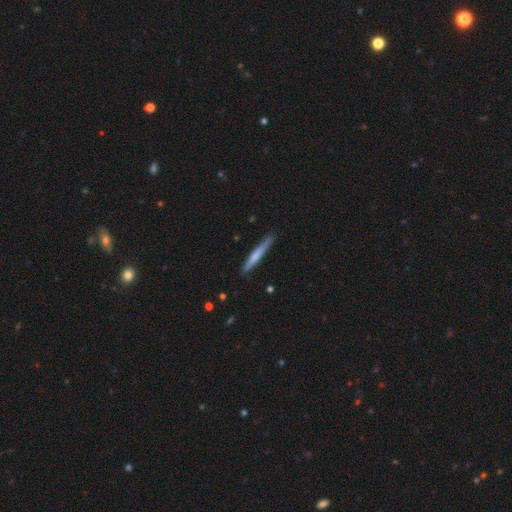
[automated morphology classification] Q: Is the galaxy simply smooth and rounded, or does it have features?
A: smooth — 57%.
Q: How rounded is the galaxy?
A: cigar-shaped — 96%.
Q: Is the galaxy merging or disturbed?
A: none — 85%.